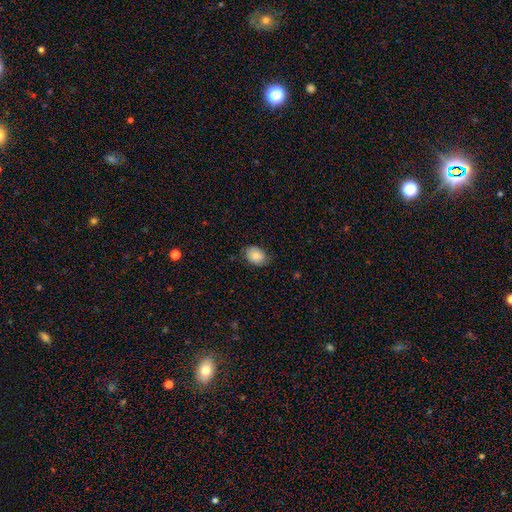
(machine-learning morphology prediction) Overall: smooth (84%). How rounded: in between (73%). Merging: none (72%).